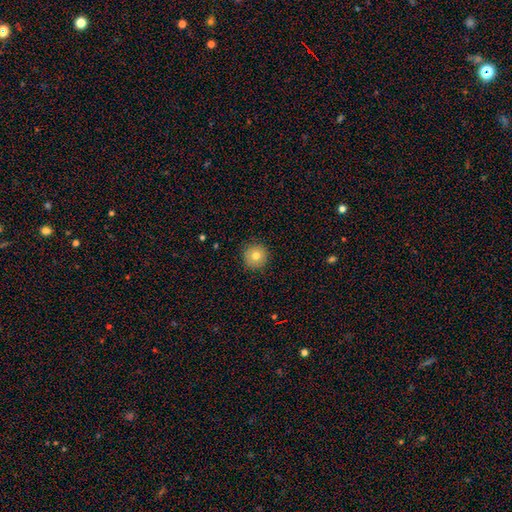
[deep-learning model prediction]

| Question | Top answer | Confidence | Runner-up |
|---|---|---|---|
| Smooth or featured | smooth | 78% | featured or disk (12%) |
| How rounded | round | 95% | in between (4%) |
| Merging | none | 91% | minor disturbance (7%) |